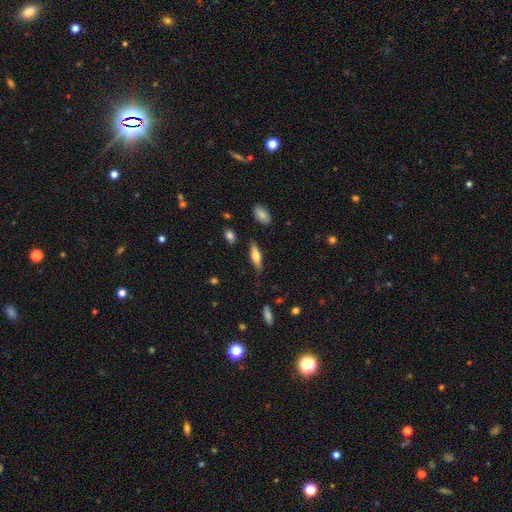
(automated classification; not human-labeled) Overall: smooth (57%; featured or disk 36%). How rounded: cigar-shaped (57%; in between 40%). Merging: none (82%).